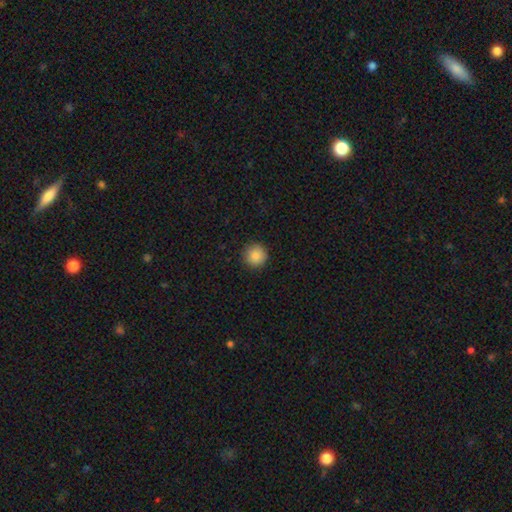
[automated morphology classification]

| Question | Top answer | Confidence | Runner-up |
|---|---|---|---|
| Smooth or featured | smooth | 87% | star or artifact (9%) |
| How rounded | round | 95% | in between (4%) |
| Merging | none | 91% | minor disturbance (6%) |